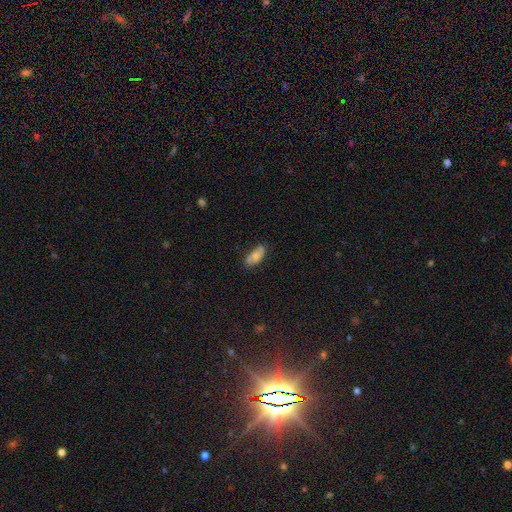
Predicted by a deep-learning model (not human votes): A smooth galaxy with no disk features (61%) that is in between round and cigar-shaped (90%).

Vote fractions:
- Smooth or featured? smooth: 61% / featured or disk: 31% / star or artifact: 8%
- How rounded? in between: 90% / cigar-shaped: 7% / round: 3%
- Merging? none: 69% / minor disturbance: 24% / major disturbance: 5% / merger: 2%